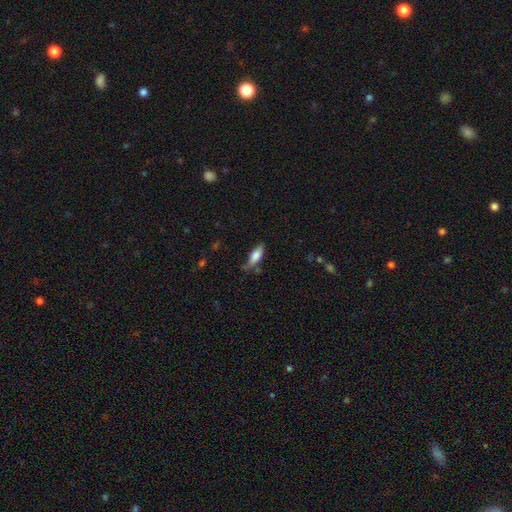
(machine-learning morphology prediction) Smooth or featured: smooth — 79% (featured or disk — 14%)
How rounded: in between — 70% (cigar-shaped — 27%)
Merging: none — 61% (minor disturbance — 28%)